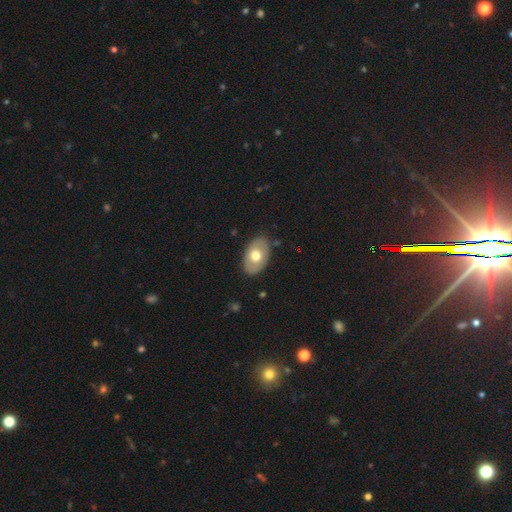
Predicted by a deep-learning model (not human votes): Overall: smooth (60%; featured or disk 34%). How rounded: in between (88%). Merging: none (84%).